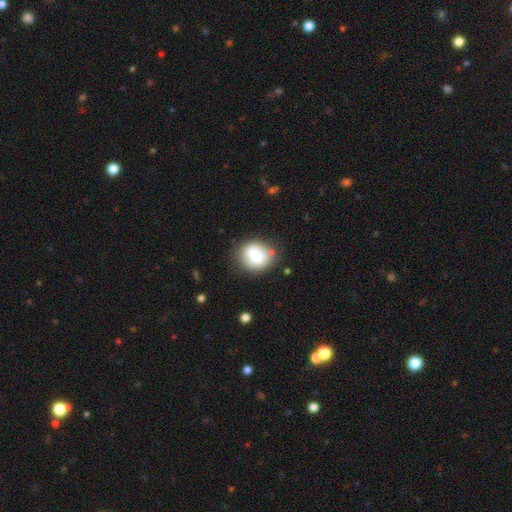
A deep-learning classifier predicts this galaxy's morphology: smooth 73%, featured or disk 18%, star or artifact 8%. Down the decision tree: how rounded — round (67%); merging — none (71%).